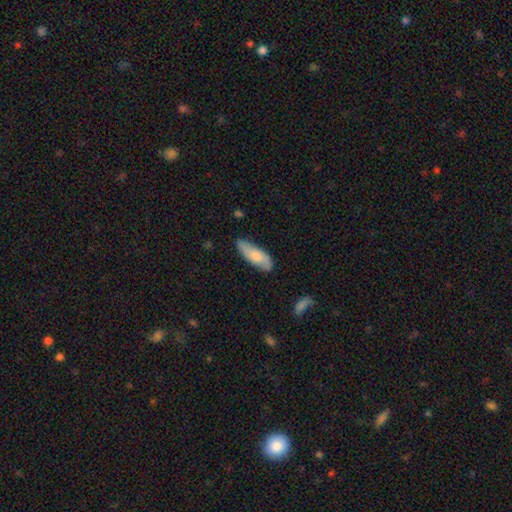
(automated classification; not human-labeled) Smooth or featured?
  - smooth: 65% *
  - featured or disk: 29%
  - star or artifact: 6%
How rounded?
  - in between: 67% *
  - cigar-shaped: 31%
  - round: 2%
Merging?
  - none: 73% *
  - minor disturbance: 21%
  - major disturbance: 4%
  - merger: 2%